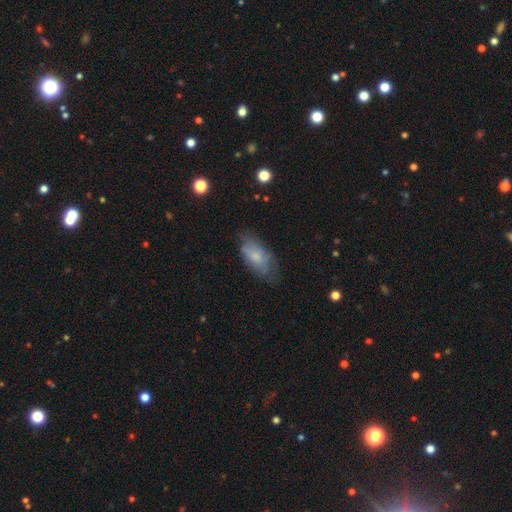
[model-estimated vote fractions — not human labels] Overall: smooth (67%). How rounded: in between (89%). Merging: none (59%; minor disturbance 28%).